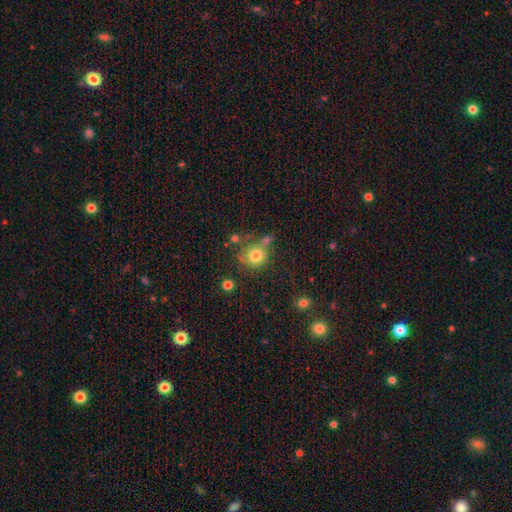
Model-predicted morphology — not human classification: smooth-or-featured: smooth: 78% | star or artifact: 12% | featured or disk: 10%
  how-rounded: round: 88% | in between: 12% | cigar-shaped: 1%
  merging: none: 59% | merger: 18% | minor disturbance: 16% | major disturbance: 7%